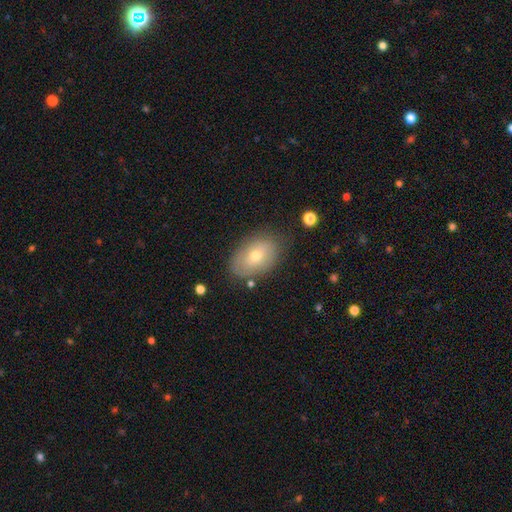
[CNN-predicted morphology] Smooth or featured: smooth — 60% (featured or disk — 31%)
How rounded: in between — 87% (round — 11%)
Merging: none — 77% (minor disturbance — 17%)